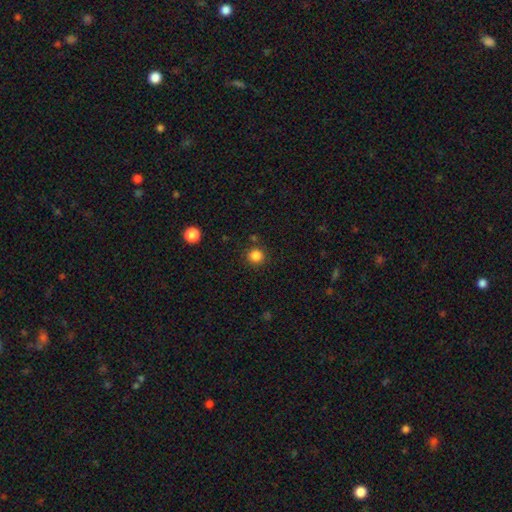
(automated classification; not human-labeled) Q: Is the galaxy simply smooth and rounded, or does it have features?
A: smooth — 84%.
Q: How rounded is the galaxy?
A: round — 92%.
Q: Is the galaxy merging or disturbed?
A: none — 87%.